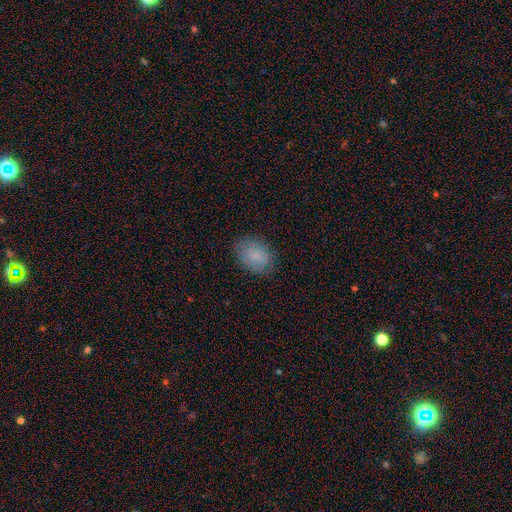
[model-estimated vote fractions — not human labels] The model was most divided on "how rounded": in between: 68%, round: 31%, cigar-shaped: 1%. More confident: merging — none (82%); smooth or featured — smooth (81%).